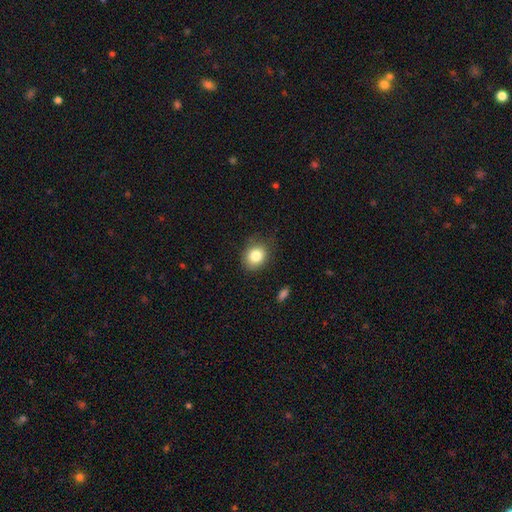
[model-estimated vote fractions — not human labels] Morphology: type=smooth (82%); roundness=round (63%); merging=none (81%).